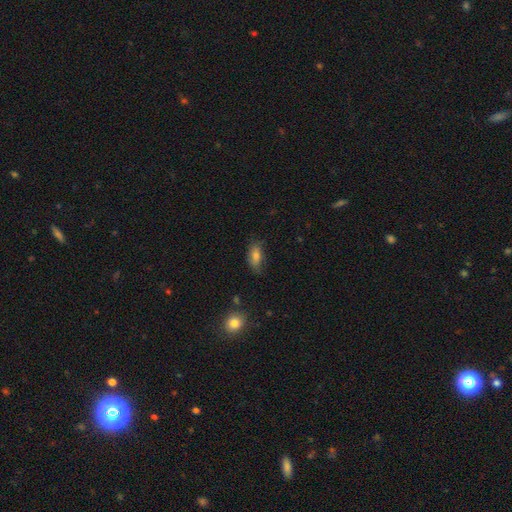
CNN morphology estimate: smooth 70%, featured or disk 17%, star or artifact 13%. Down the decision tree: how rounded — in between (84%); merging — none (70%).